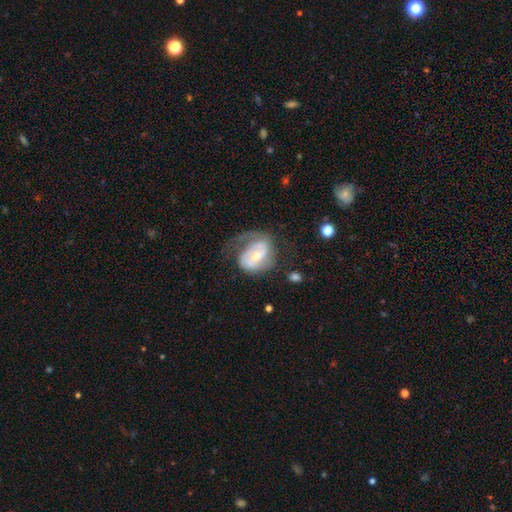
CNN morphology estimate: A featured or disk galaxy (73%) with no bar (57%), 2 (56%) medium (41%) spiral arms (85%) and a moderate central bulge (51%).

Vote fractions:
- Smooth or featured? featured or disk: 73% / smooth: 21% / star or artifact: 6%
- Edge-on disk? no: 97% / yes: 3%
- Bar? no: 57% / weak: 33% / strong: 10%
- Spiral arms? yes: 85% / no: 15%
- Spiral winding? medium: 41% / tight: 34% / loose: 25%
- Spiral arm count? 2: 56% / 1: 23% / can't tell: 15% / 3: 3% / 4: 1% / more than 4: 1%
- Bulge size? moderate: 51% / small: 44% / large: 3% / none: 1% / dominant: 1%
- Merging? none: 40% / major disturbance: 32% / minor disturbance: 25% / merger: 3%